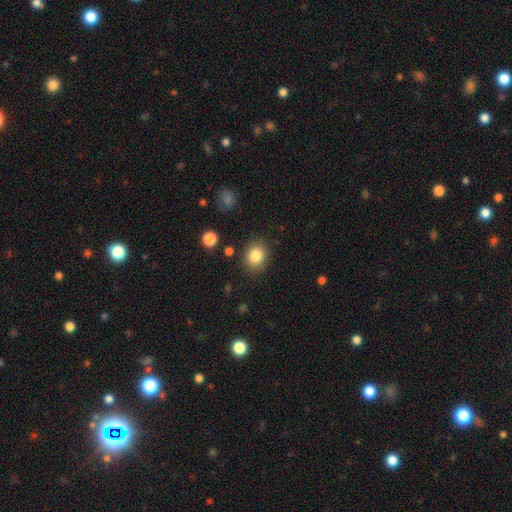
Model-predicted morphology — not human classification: This is clearly a smooth galaxy (84%). How rounded: likely round (63%). Merging: clearly none (85%).